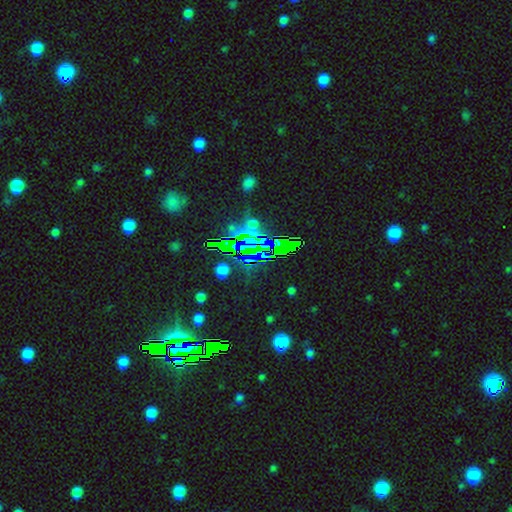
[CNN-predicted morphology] star or artifact 79%, smooth 11%, featured or disk 10%.